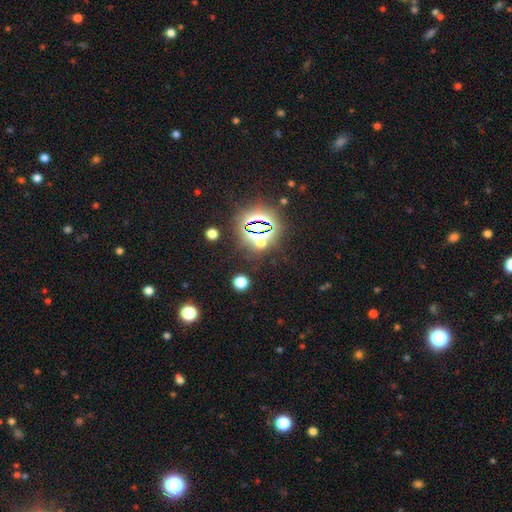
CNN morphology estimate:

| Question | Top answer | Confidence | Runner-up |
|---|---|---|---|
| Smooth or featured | star or artifact | 83% | smooth (11%) |